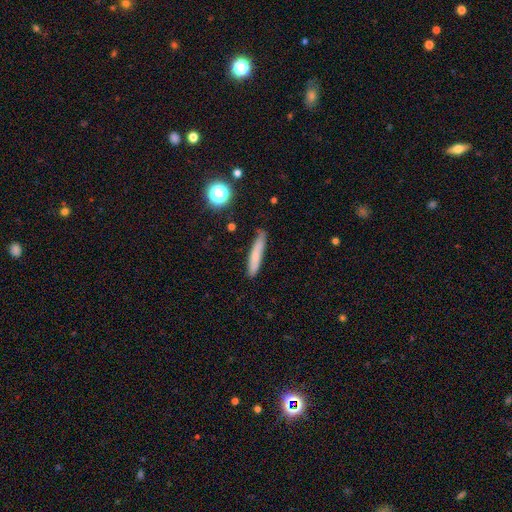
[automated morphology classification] A smooth galaxy with no disk features (70%) that is cigar-shaped (91%).

Vote fractions:
- Smooth or featured? smooth: 70% / featured or disk: 21% / star or artifact: 9%
- How rounded? cigar-shaped: 91% / in between: 7% / round: 2%
- Merging? none: 78% / minor disturbance: 17% / major disturbance: 3% / merger: 2%